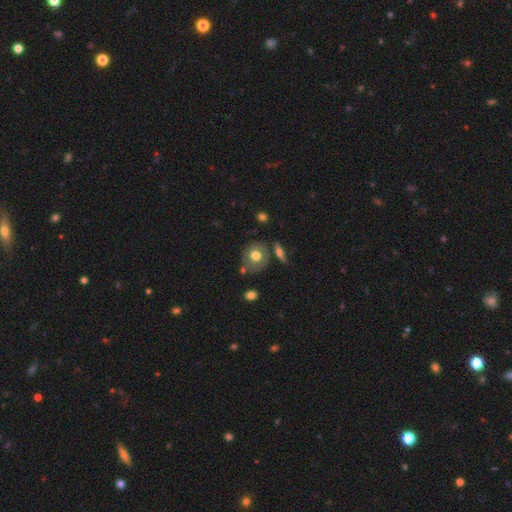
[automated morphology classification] Smooth or featured?
  - smooth: 62% *
  - featured or disk: 30%
  - star or artifact: 8%
How rounded?
  - round: 74% *
  - in between: 25%
  - cigar-shaped: 1%
Merging?
  - none: 70% *
  - minor disturbance: 15%
  - merger: 10%
  - major disturbance: 5%